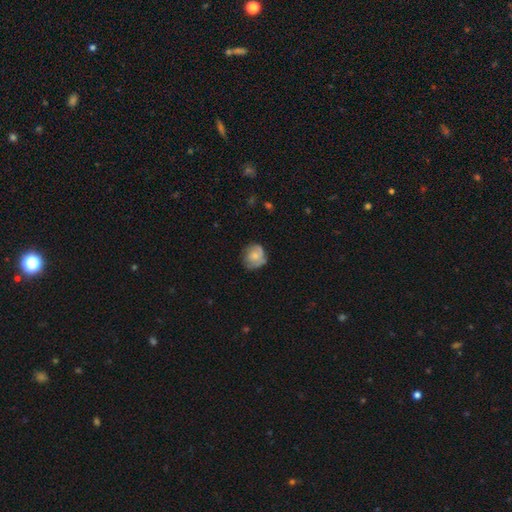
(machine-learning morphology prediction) Smooth or featured? smooth (63%)
How rounded? round (73%)
Merging? none (58%)